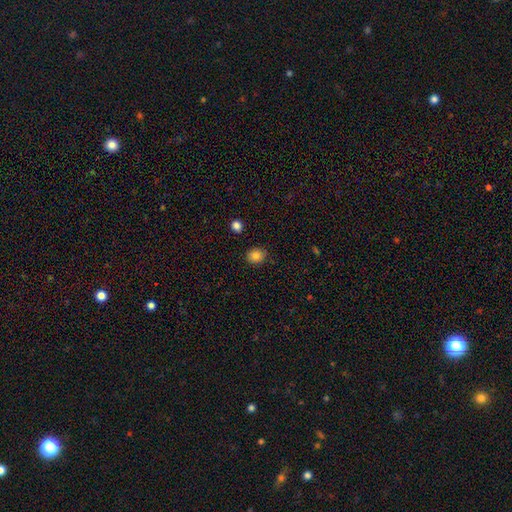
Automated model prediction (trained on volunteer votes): The model was most divided on "how rounded": round: 72%, in between: 27%, cigar-shaped: 1%. More confident: merging — none (86%); smooth or featured — smooth (84%).